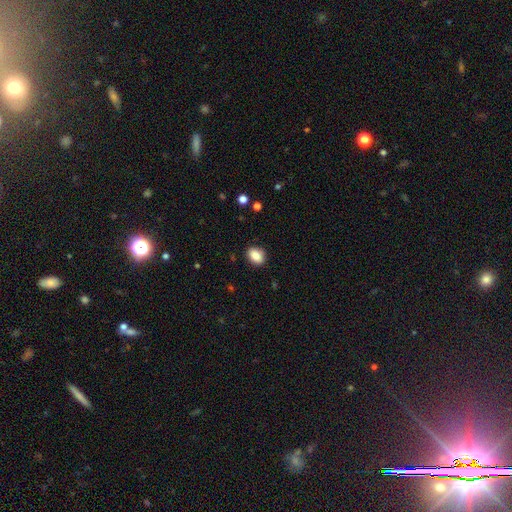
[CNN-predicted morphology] This appears to be a smooth galaxy with no disk features (86%) that is in between round and cigar-shaped (69%). Merging: none (88%).